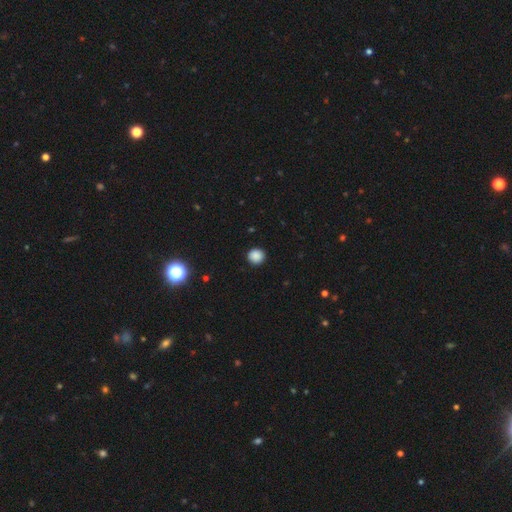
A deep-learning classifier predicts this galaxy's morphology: A smooth galaxy with no disk features (87%) that is round (94%). Merging: none (92%).